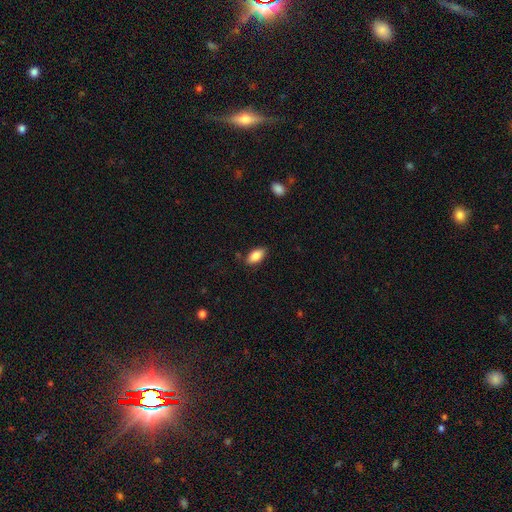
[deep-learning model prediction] Smooth or featured: smooth — 86% (featured or disk — 7%)
How rounded: in between — 92% (cigar-shaped — 5%)
Merging: none — 84% (minor disturbance — 12%)